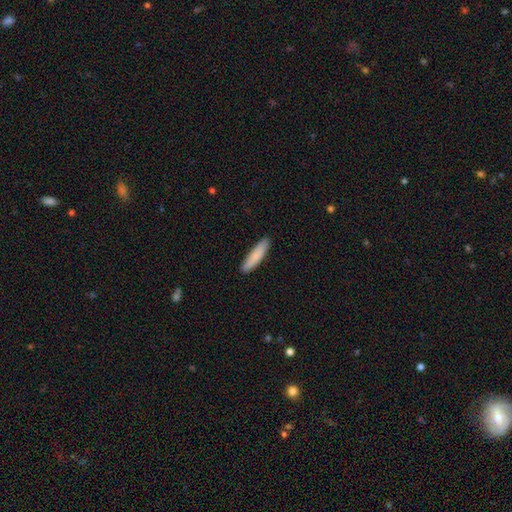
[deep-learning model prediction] This is clearly a smooth galaxy (84%). How rounded: likely cigar-shaped (80%). Merging: clearly none (90%).